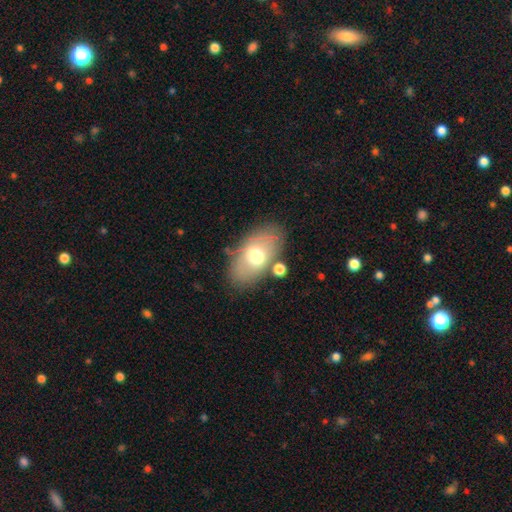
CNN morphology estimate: A smooth galaxy with no disk features (60%) that is in between round and cigar-shaped (90%).

Vote fractions:
- Smooth or featured? smooth: 60% / featured or disk: 32% / star or artifact: 8%
- How rounded? in between: 90% / round: 8% / cigar-shaped: 2%
- Merging? none: 71% / minor disturbance: 16% / merger: 7% / major disturbance: 6%